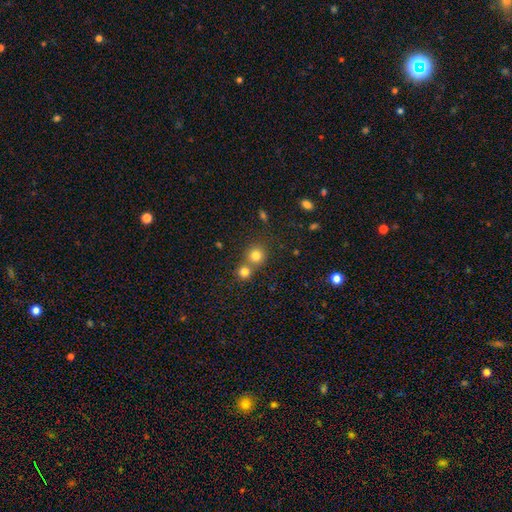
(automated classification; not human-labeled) The model was most divided on "merging": none: 54%, merger: 37%, minor disturbance: 6%, major disturbance: 2%. More confident: how rounded — round (89%); smooth or featured — smooth (79%).